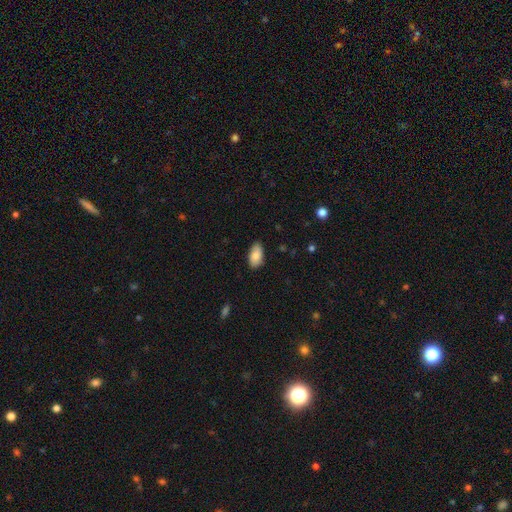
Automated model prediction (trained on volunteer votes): Morphology: type=smooth (83%); roundness=in between (94%); merging=none (82%).